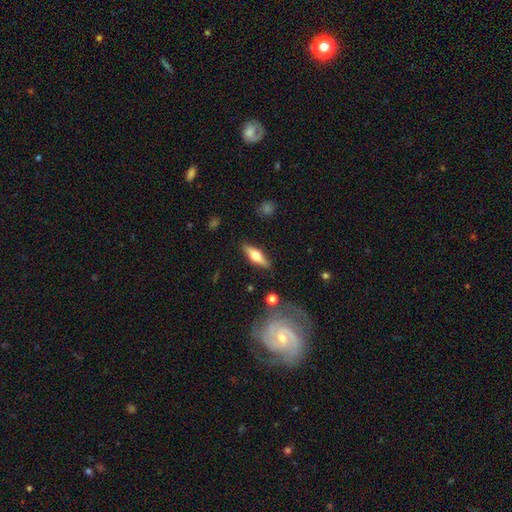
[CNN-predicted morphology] Smooth or featured? featured or disk (57%)
Edge-on disk? yes (93%)
Edge-on bulge? rounded (94%)
Merging? none (86%)